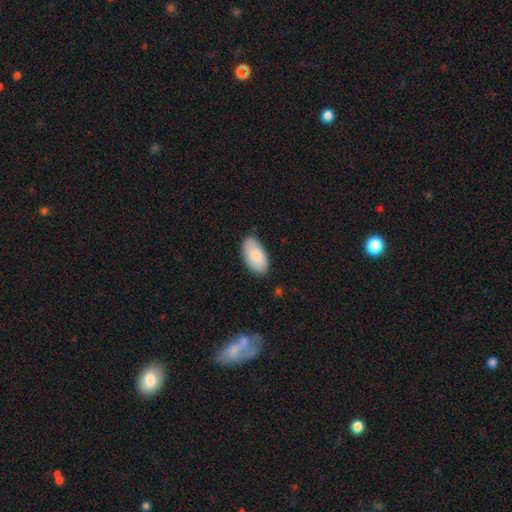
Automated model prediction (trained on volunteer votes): Q: Smooth or featured?
A: smooth (85%); runner-up: featured or disk (10%)
Q: How rounded?
A: in between (95%); runner-up: round (2%)
Q: Merging?
A: none (84%); runner-up: minor disturbance (13%)